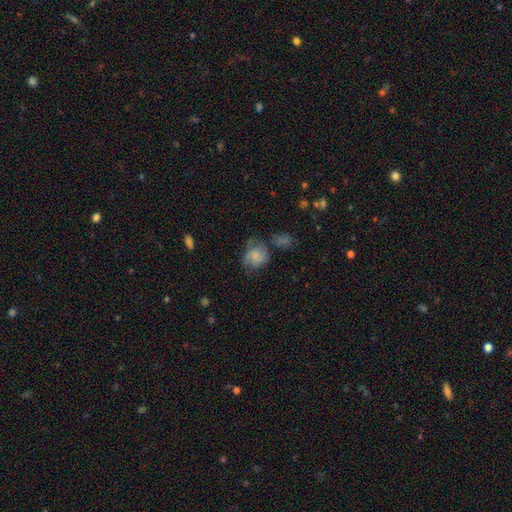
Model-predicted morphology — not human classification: Smooth or featured? smooth (61%)
How rounded? round (63%)
Merging? none (43%)